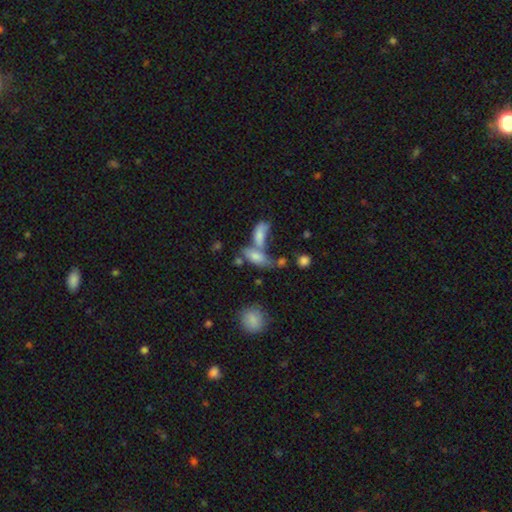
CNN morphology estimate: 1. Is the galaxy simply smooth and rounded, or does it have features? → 41% smooth, 30% featured or disk, 29% star or artifact.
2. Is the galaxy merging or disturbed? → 42% none, 38% merger, 10% minor disturbance, 9% major disturbance.